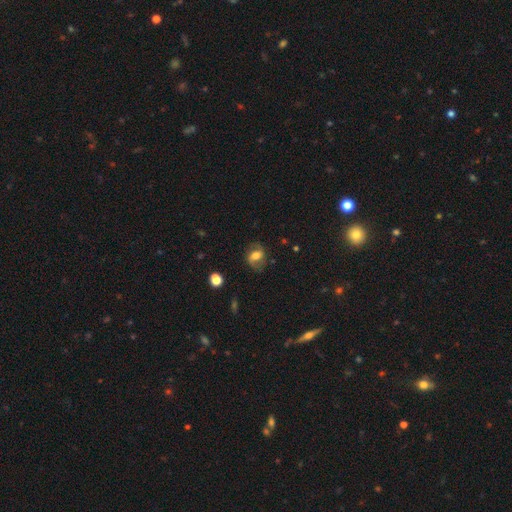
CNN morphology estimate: Smooth or featured?
  - featured or disk: 45% * (tied)
  - smooth: 45% * (tied)
  - star or artifact: 10%
Merging?
  - none: 70% *
  - minor disturbance: 19%
  - major disturbance: 9%
  - merger: 2%